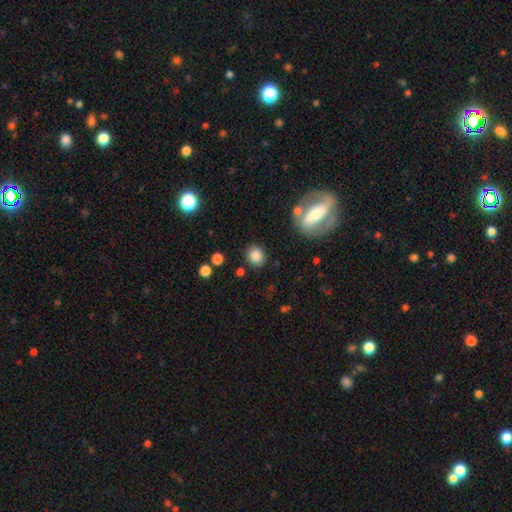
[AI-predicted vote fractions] Smooth or featured?
  - smooth: 84% *
  - star or artifact: 10%
  - featured or disk: 6%
How rounded?
  - round: 75% *
  - in between: 24%
  - cigar-shaped: 1%
Merging?
  - none: 85% *
  - minor disturbance: 9%
  - merger: 3%
  - major disturbance: 3%